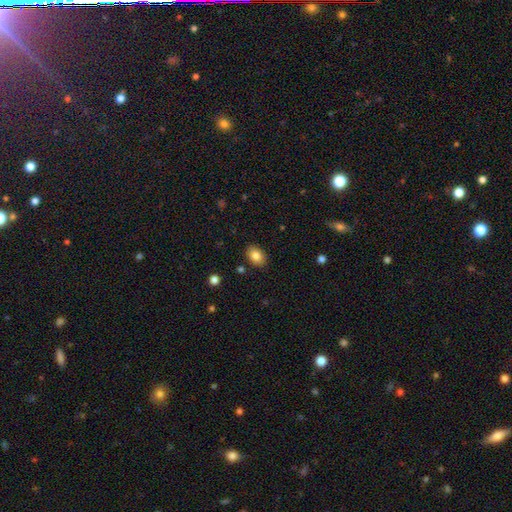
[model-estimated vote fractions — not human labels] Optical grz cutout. It shows a smooth galaxy with no disk features (84%) that is in between round and cigar-shaped (81%). Merging: none (86%).